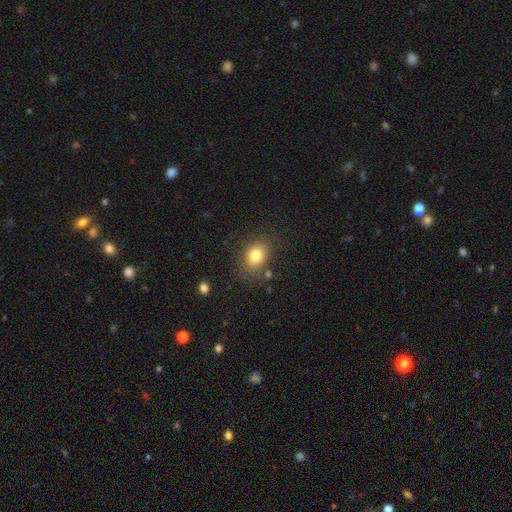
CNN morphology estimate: smooth-or-featured: smooth: 80% | star or artifact: 11% | featured or disk: 9%
  how-rounded: in between: 53% | round: 46% | cigar-shaped: 1%
  merging: none: 78% | minor disturbance: 14% | major disturbance: 5% | merger: 4%